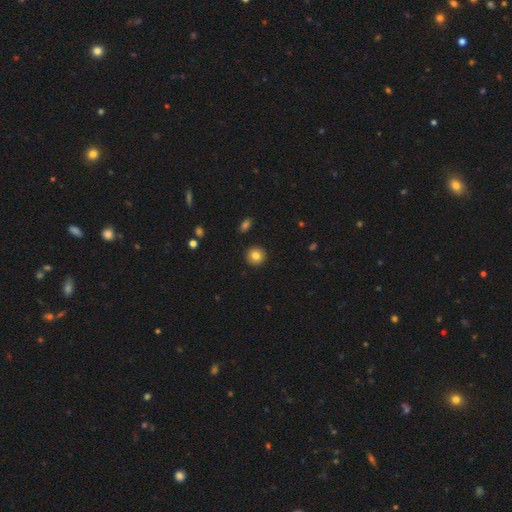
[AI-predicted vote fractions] smooth 82%, star or artifact 9%, featured or disk 8%. Down the decision tree: how rounded — round (93%); merging — none (92%).